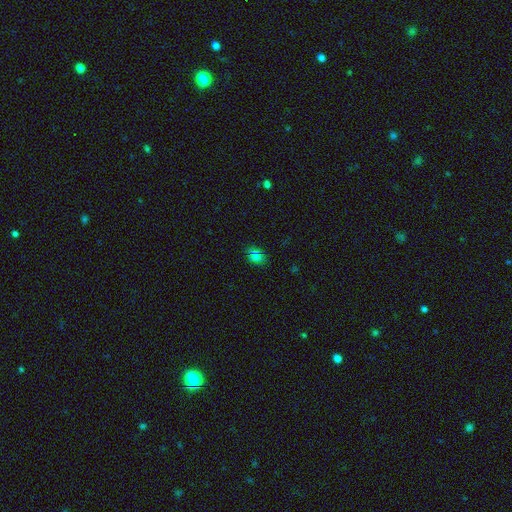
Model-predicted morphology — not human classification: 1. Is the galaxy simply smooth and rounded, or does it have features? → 74% smooth, 18% star or artifact, 8% featured or disk.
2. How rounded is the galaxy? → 53% in between, 45% round, 1% cigar-shaped.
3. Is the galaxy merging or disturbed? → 79% none, 16% minor disturbance, 3% major disturbance, 2% merger.